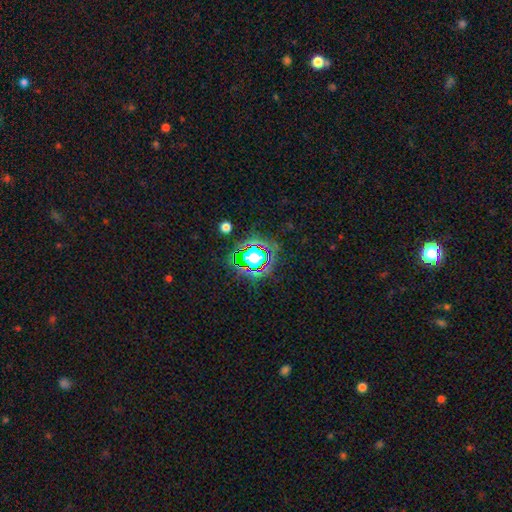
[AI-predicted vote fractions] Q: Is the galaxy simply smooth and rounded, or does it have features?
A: star or artifact — 54%.